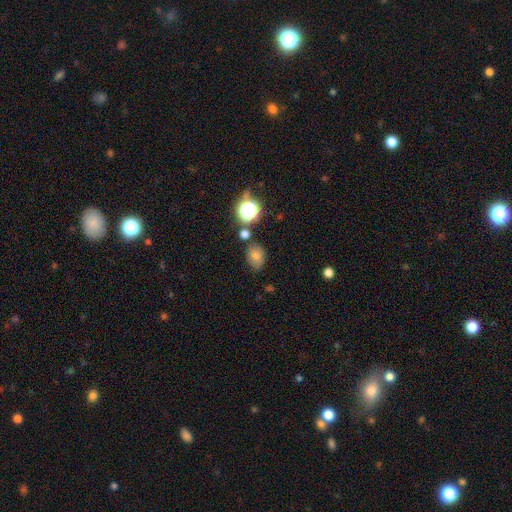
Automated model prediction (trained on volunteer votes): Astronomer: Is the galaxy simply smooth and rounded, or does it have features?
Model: smooth — 71%.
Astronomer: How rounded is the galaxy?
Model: in between — 66%.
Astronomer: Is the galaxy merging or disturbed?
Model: none — 70%.